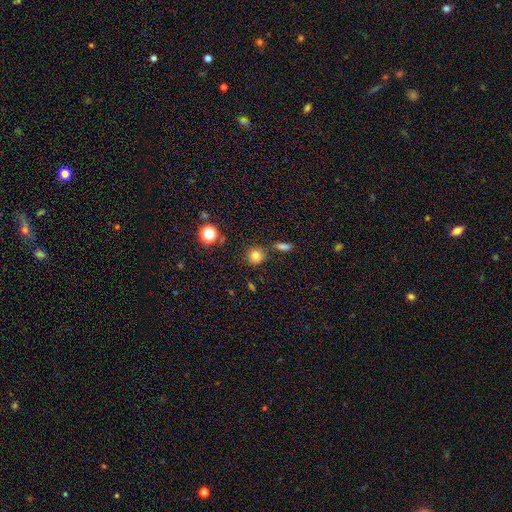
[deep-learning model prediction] Q: Smooth or featured?
A: smooth (79%); runner-up: star or artifact (14%)
Q: How rounded?
A: round (87%); runner-up: in between (11%)
Q: Merging?
A: none (78%); runner-up: minor disturbance (10%)